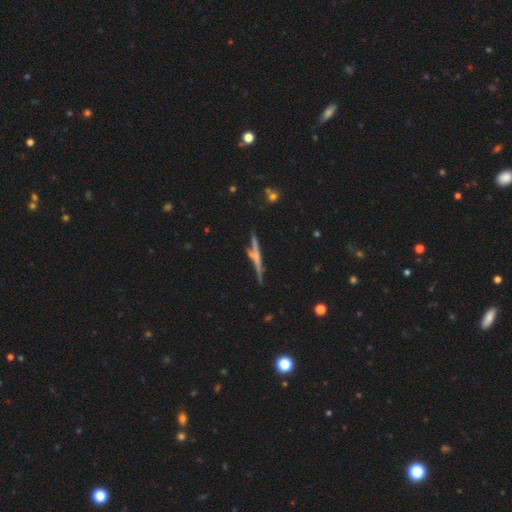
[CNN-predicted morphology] Smooth or featured? featured or disk (59%)
Edge-on disk? yes (95%)
Edge-on bulge? none (60%)
Merging? none (71%)